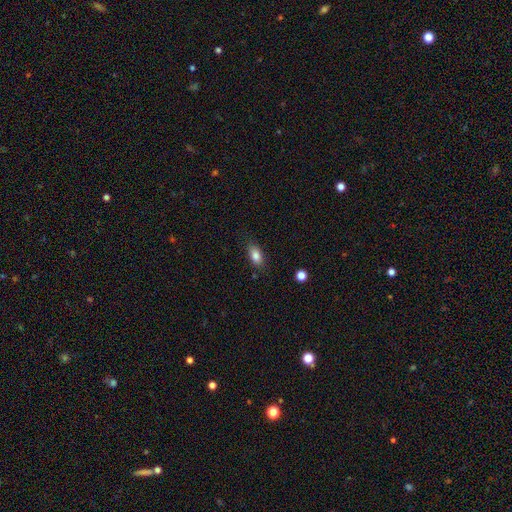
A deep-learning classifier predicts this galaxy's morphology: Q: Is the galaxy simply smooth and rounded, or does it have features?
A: smooth — 82%.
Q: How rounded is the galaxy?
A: in between — 86%.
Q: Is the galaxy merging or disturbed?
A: none — 81%.